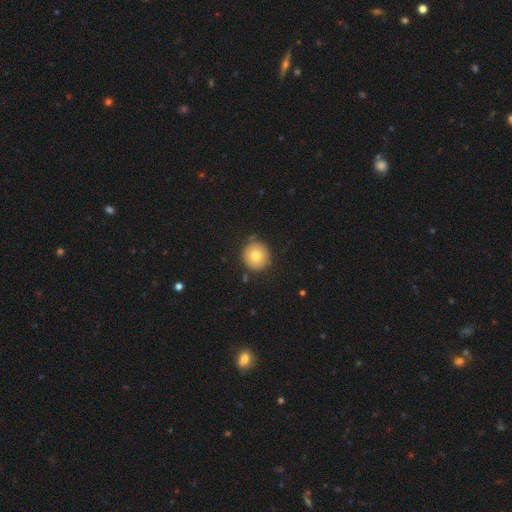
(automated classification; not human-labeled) Smooth or featured?
  - smooth: 78% *
  - featured or disk: 13%
  - star or artifact: 9%
How rounded?
  - round: 93% *
  - in between: 6%
  - cigar-shaped: 1%
Merging?
  - none: 85% *
  - minor disturbance: 11%
  - major disturbance: 2%
  - merger: 2%